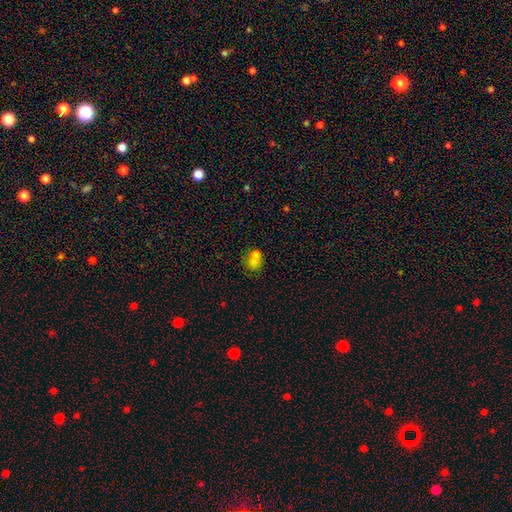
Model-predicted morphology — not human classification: Overall: smooth (72%). How rounded: round (56%; in between 43%). Merging: merger (37%; none 34%).